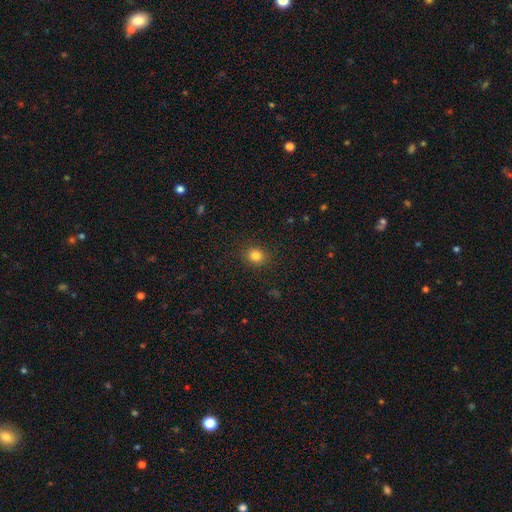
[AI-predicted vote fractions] smooth 82%, star or artifact 12%, featured or disk 6%. Down the decision tree: how rounded — round (77%); merging — none (90%).